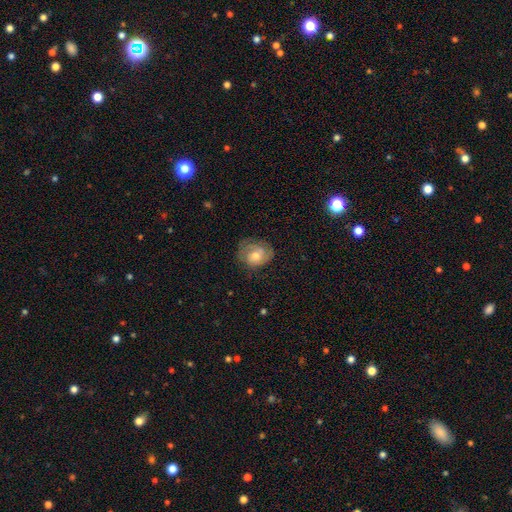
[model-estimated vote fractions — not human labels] featured or disk 55%, smooth 37%, star or artifact 8%. Down the decision tree: edge-on disk — no (97%); bar — no (69%); spiral arms — yes (82%); bulge size — moderate (63%); merging — none (65%).